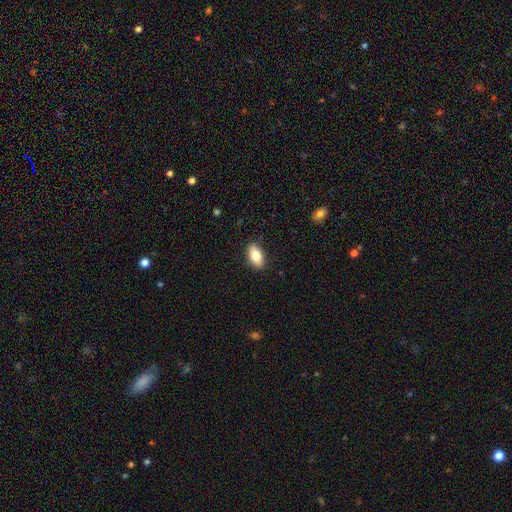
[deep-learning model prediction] Smooth or featured: smooth — 77% (featured or disk — 16%)
How rounded: in between — 88% (cigar-shaped — 7%)
Merging: none — 88% (minor disturbance — 9%)